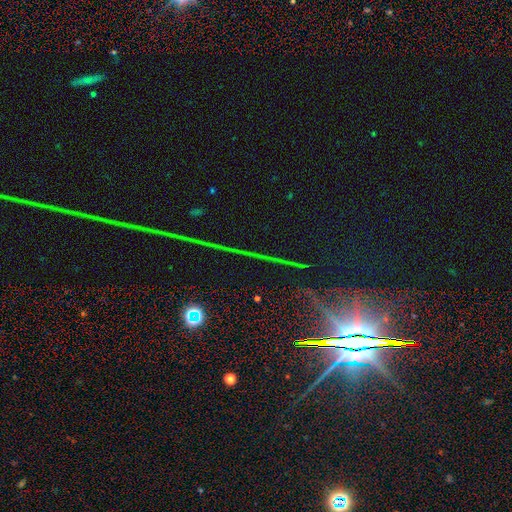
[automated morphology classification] star or artifact 87%, featured or disk 8%, smooth 5%.